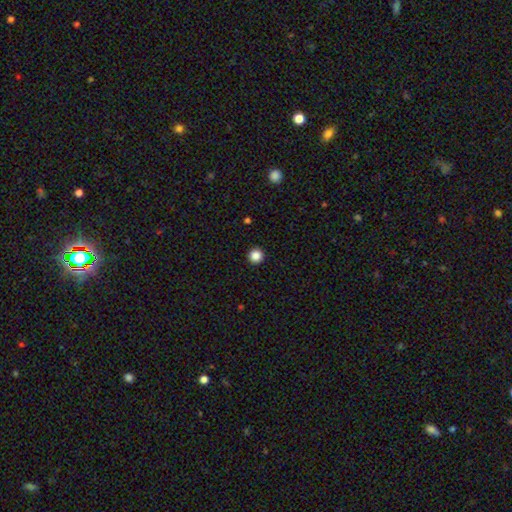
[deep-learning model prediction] A smooth galaxy with no disk features (86%) that is round (96%). Merging: none (94%).